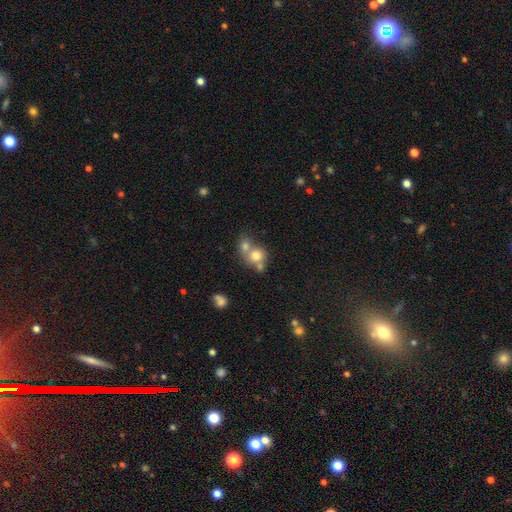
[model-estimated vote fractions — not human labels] smooth 72%, featured or disk 16%, star or artifact 11%. Down the decision tree: how rounded — round (78%); merging — merger (58%).